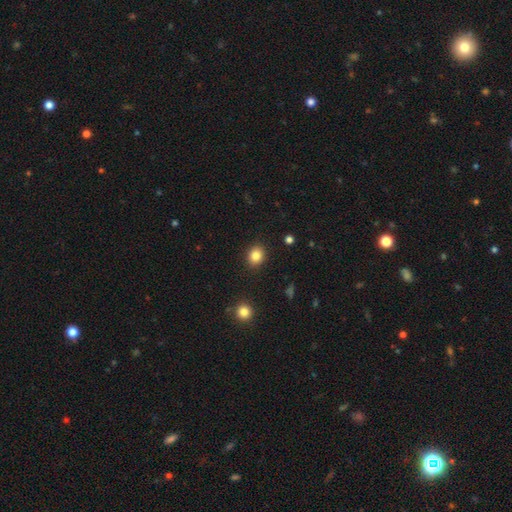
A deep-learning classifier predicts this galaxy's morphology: Q: Smooth or featured?
A: smooth (85%); runner-up: star or artifact (10%)
Q: How rounded?
A: round (60%); runner-up: in between (39%)
Q: Merging?
A: none (89%); runner-up: minor disturbance (7%)